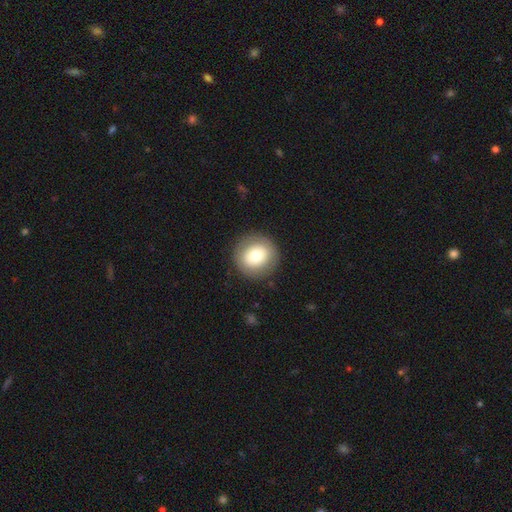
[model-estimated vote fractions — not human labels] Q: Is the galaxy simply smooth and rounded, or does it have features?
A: smooth — 74%.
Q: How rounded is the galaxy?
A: round — 93%.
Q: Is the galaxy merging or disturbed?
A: none — 89%.